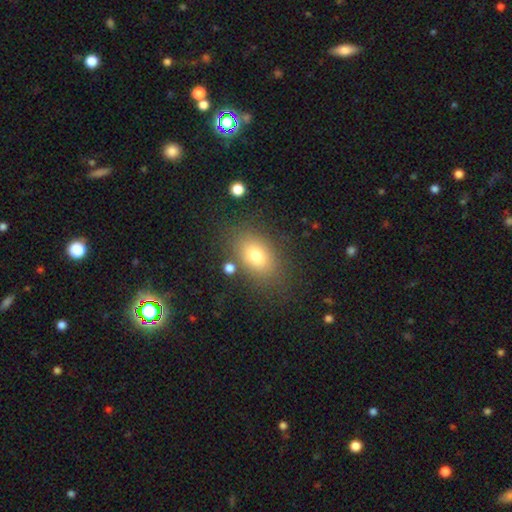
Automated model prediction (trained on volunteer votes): Smooth or featured: smooth — 76% (featured or disk — 13%)
How rounded: in between — 82% (round — 17%)
Merging: none — 79% (minor disturbance — 12%)